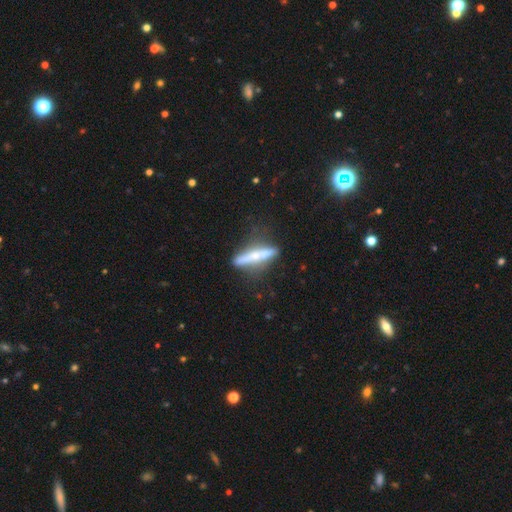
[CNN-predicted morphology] featured or disk 56%, smooth 38%, star or artifact 6%. Down the decision tree: edge-on disk — yes (91%); edge-on bulge — rounded (69%); merging — none (75%).